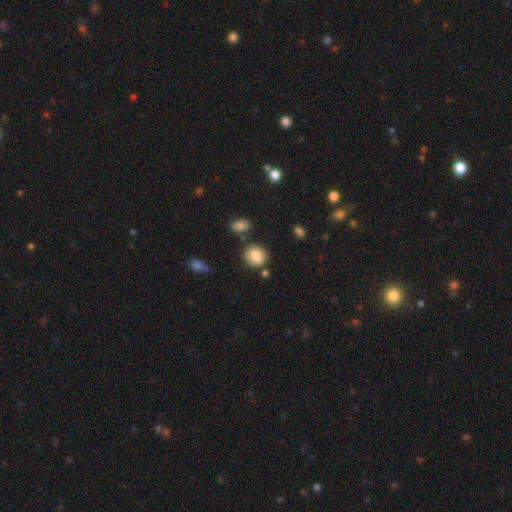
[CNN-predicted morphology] smooth-or-featured: smooth: 83% | star or artifact: 9% | featured or disk: 8%
  how-rounded: round: 77% | in between: 22% | cigar-shaped: 1%
  merging: none: 72% | minor disturbance: 15% | merger: 8% | major disturbance: 4%